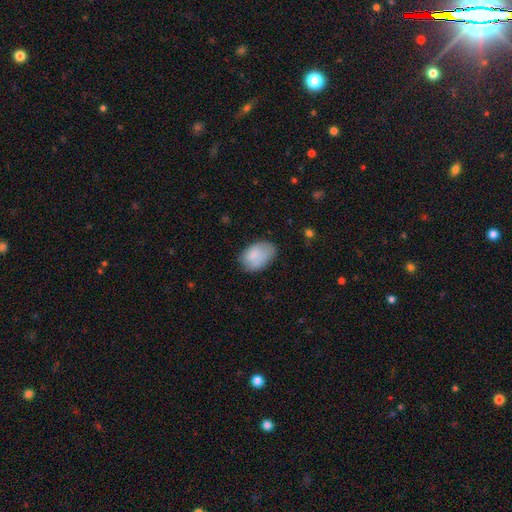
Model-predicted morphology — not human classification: Smooth or featured: smooth — 83% (featured or disk — 11%)
How rounded: in between — 88% (round — 11%)
Merging: none — 66% (minor disturbance — 27%)